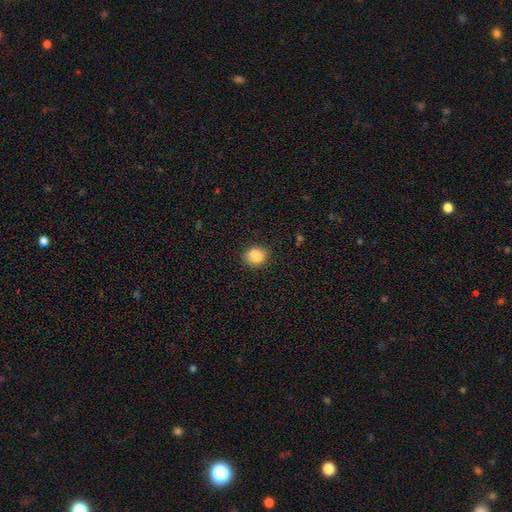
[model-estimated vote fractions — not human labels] smooth_or_featured: smooth (p=0.83) [alt: star or artifact p=0.10]
how_rounded: round (p=0.60) [alt: in between p=0.38]
merging: none (p=0.71) [alt: minor disturbance p=0.16]